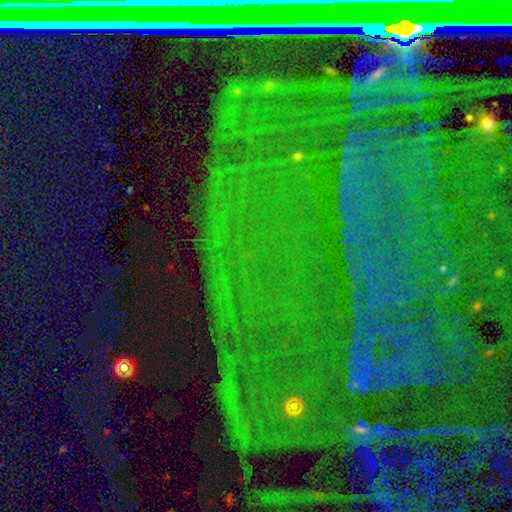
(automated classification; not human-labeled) Smooth or featured?
  - star or artifact: 85% *
  - featured or disk: 9%
  - smooth: 7%